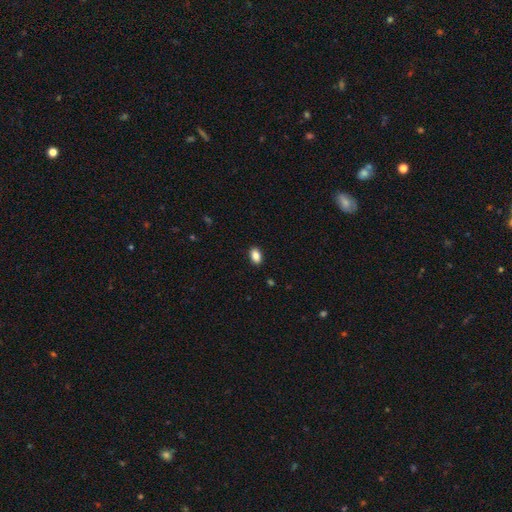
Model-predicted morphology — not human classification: Smooth or featured? smooth (87%)
How rounded? in between (90%)
Merging? none (90%)